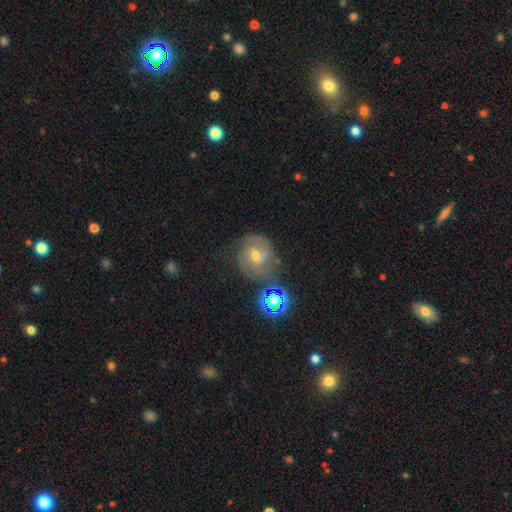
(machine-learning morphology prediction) type=featured or disk (69%); edge-on=no (97%); bar=weak (49%); spiral arms=yes (91%); winding=tight (52%); arm count=2 (63%); bulge=moderate (54%); merging=none (64%).